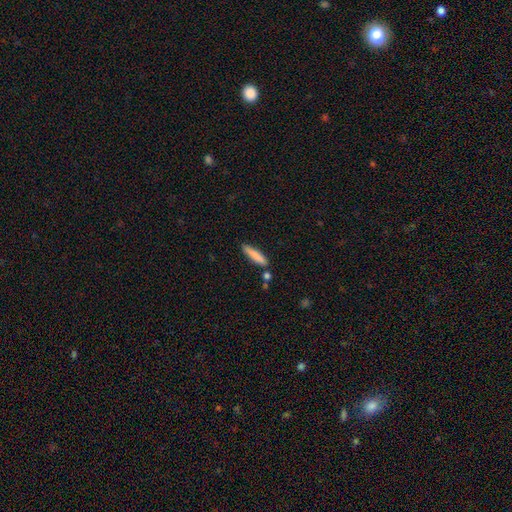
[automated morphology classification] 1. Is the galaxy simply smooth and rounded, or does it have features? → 83% smooth, 11% featured or disk, 6% star or artifact.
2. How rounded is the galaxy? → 84% cigar-shaped, 14% in between, 1% round.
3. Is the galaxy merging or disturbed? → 79% none, 12% minor disturbance, 6% merger, 3% major disturbance.